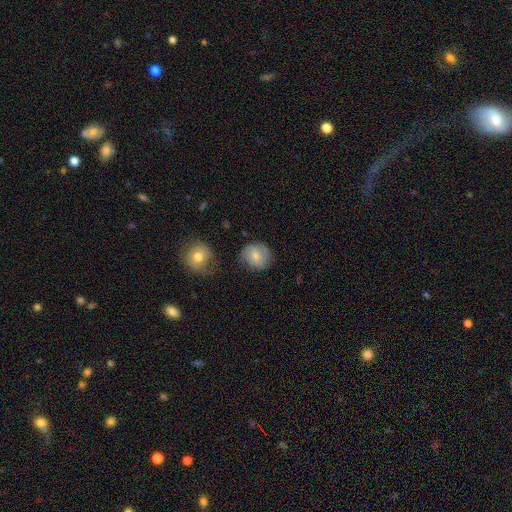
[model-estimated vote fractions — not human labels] smooth-or-featured: smooth: 63% | featured or disk: 30% | star or artifact: 7%
  how-rounded: round: 80% | in between: 19% | cigar-shaped: 1%
  merging: none: 68% | minor disturbance: 21% | major disturbance: 7% | merger: 4%